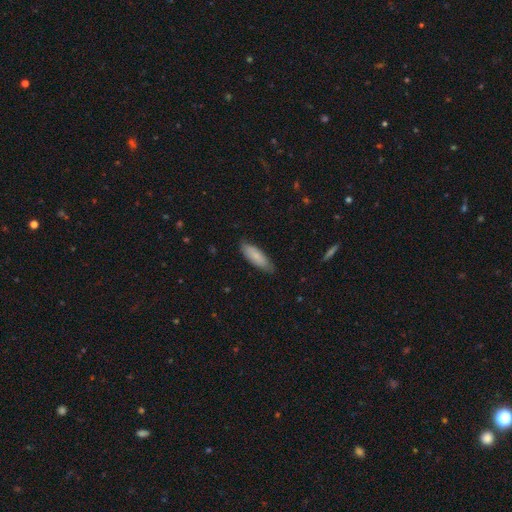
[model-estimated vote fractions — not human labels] This appears to be a smooth galaxy with no disk features (80%) that is in between round and cigar-shaped (57%). Merging: none (78%).